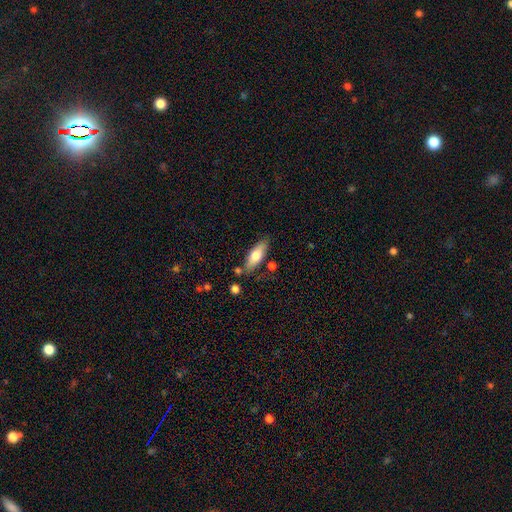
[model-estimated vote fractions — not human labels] Morphology: type=smooth (71%); roundness=in between (63%); merging=none (76%).